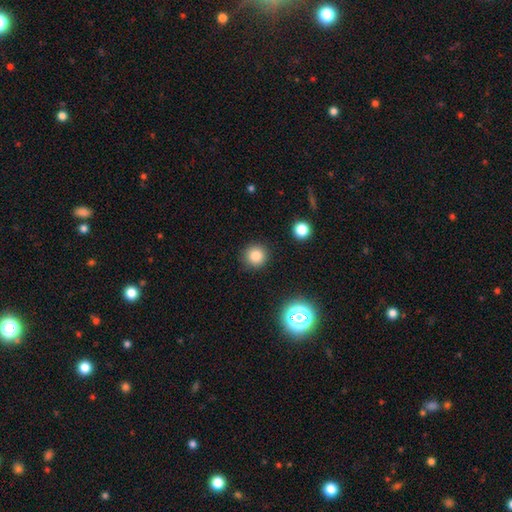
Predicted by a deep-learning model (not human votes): Smooth or featured? smooth (82%)
How rounded? round (94%)
Merging? none (90%)